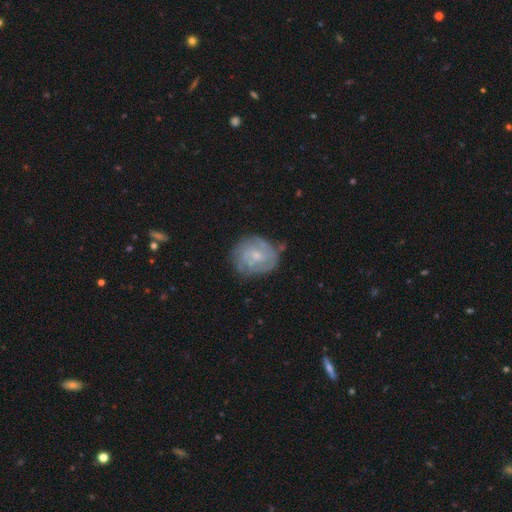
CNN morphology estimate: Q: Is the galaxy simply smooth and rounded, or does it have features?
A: featured or disk — 69%.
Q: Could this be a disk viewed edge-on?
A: no — 98%.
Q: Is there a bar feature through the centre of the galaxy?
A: no — 68%.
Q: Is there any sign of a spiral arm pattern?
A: yes — 83%.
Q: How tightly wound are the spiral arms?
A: tight — 61%.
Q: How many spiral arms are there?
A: can't tell — 45%.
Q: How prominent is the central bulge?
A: small — 52%.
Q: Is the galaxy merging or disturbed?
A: none — 69%.